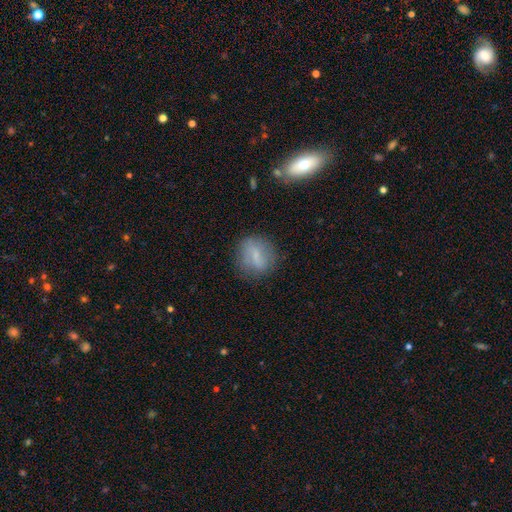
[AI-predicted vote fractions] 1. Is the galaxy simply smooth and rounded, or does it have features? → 61% smooth, 30% featured or disk, 9% star or artifact.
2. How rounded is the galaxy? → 61% round, 36% in between, 4% cigar-shaped.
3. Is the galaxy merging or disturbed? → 75% none, 17% minor disturbance, 6% major disturbance, 2% merger.